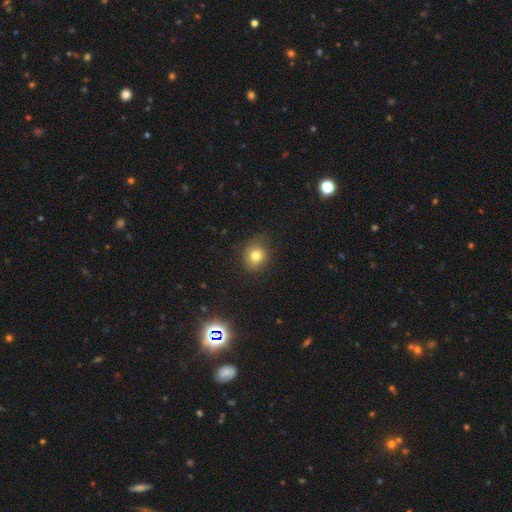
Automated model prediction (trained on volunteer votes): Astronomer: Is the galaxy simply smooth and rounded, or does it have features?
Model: smooth — 77%.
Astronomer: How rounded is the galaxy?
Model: round — 72%.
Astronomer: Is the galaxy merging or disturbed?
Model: none — 77%.